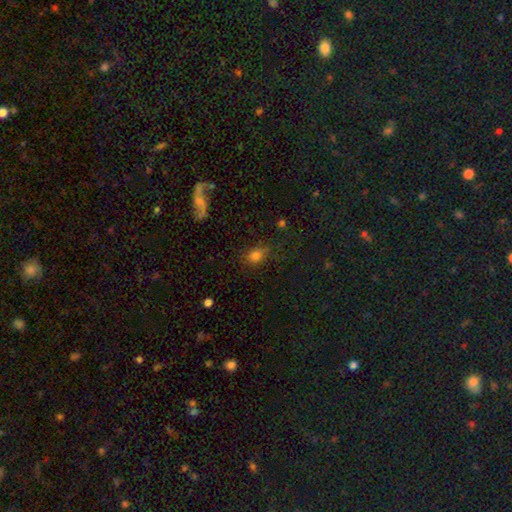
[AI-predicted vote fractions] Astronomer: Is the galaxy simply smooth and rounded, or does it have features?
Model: smooth — 78%.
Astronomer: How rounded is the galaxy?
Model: in between — 53% (runner-up: round, 45%).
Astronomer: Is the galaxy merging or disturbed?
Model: none — 73%.